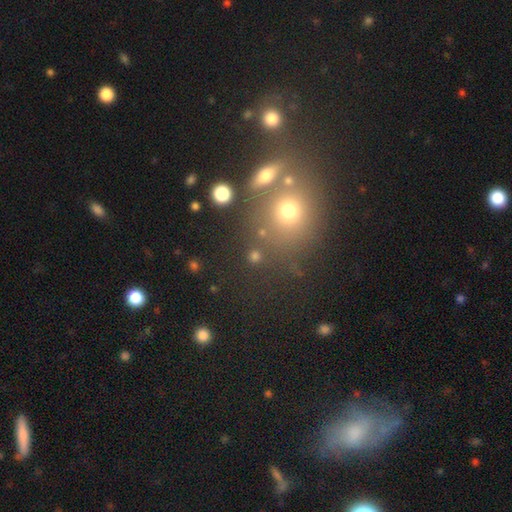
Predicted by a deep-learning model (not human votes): This appears to be a smooth galaxy with no disk features (61%) that is round (78%). Merging: none (68%).